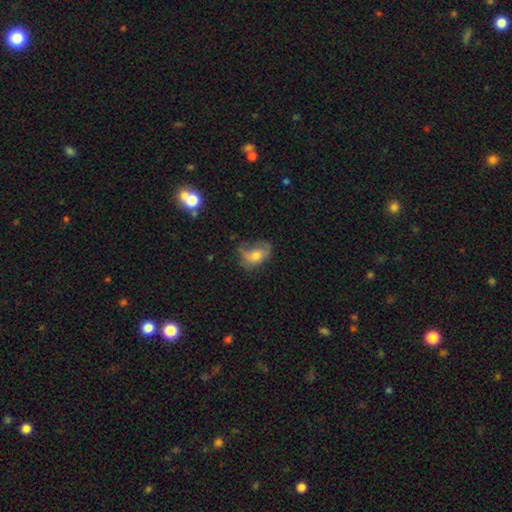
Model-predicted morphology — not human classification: Smooth or featured: smooth — 54% (featured or disk — 37%)
How rounded: in between — 79% (round — 19%)
Merging: none — 35% (minor disturbance — 32%)